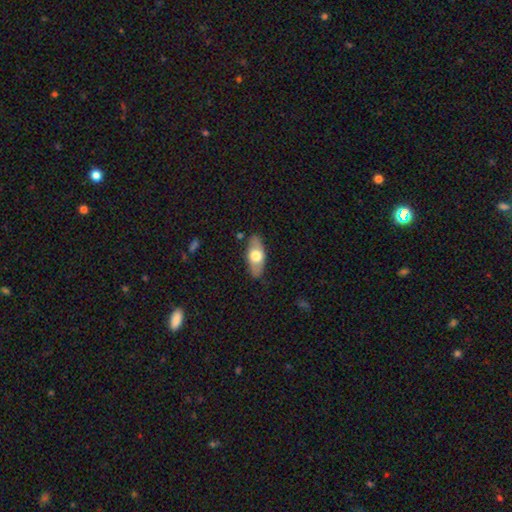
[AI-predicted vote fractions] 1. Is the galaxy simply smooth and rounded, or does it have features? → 59% smooth, 35% featured or disk, 6% star or artifact.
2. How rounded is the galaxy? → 81% in between, 16% cigar-shaped, 4% round.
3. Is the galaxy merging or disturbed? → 83% none, 12% minor disturbance, 3% major disturbance, 1% merger.